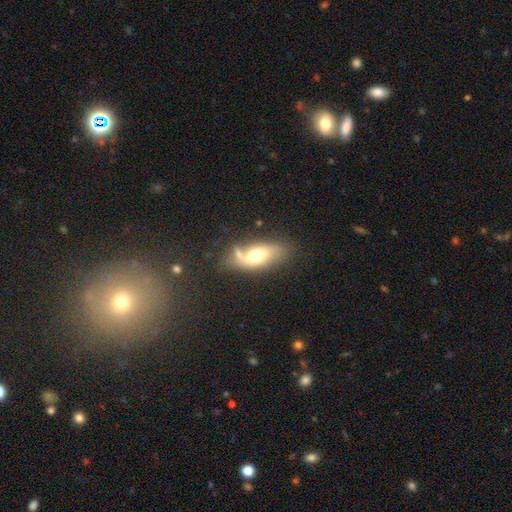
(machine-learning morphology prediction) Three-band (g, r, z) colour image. It shows a smooth galaxy with no disk features (60%) that is in between round and cigar-shaped (83%). Merging: none (43%).